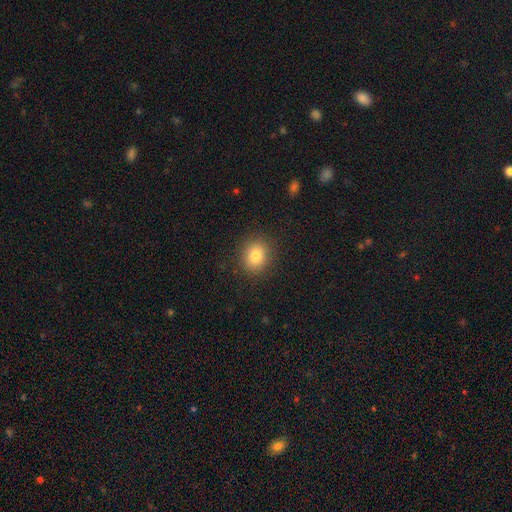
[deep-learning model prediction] smooth 81%, star or artifact 12%, featured or disk 8%. Down the decision tree: how rounded — round (69%); merging — none (88%).